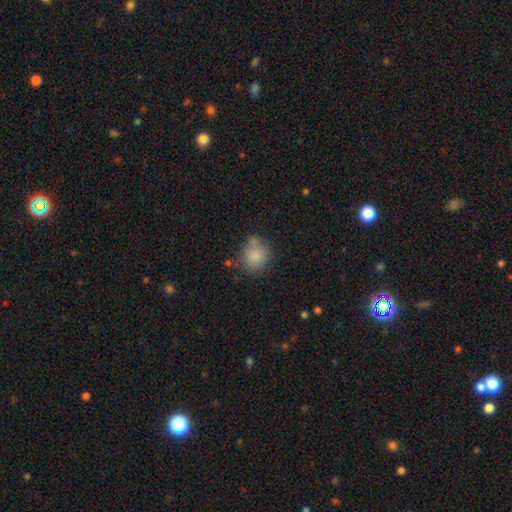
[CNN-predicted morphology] The model was most divided on "merging": none: 59%, minor disturbance: 23%, merger: 11%, major disturbance: 7%. More confident: smooth or featured — smooth (83%); how rounded — round (75%).